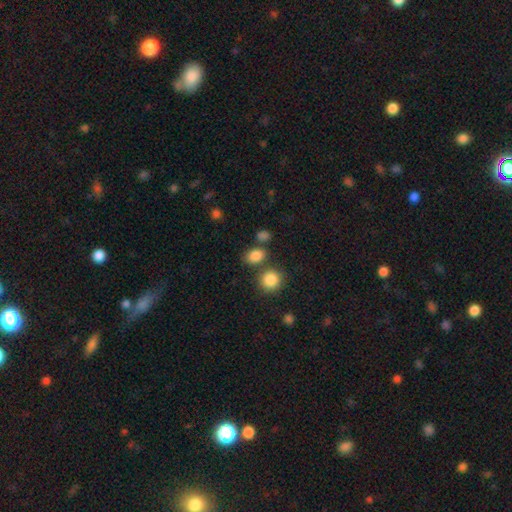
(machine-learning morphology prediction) smooth-or-featured: smooth: 84% | star or artifact: 11% | featured or disk: 5%
  how-rounded: in between: 66% | round: 33% | cigar-shaped: 2%
  merging: none: 68% | merger: 16% | minor disturbance: 12% | major disturbance: 4%